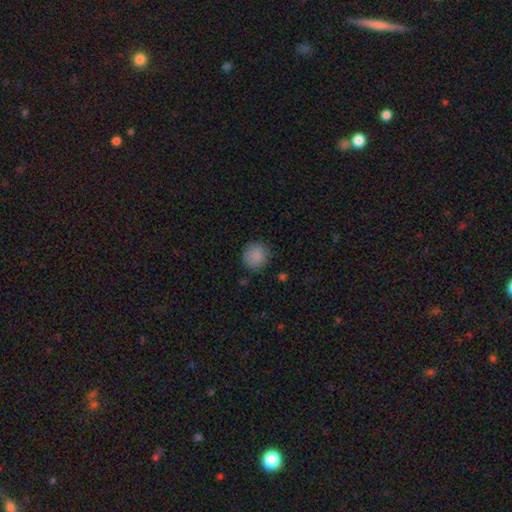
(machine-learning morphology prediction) This is clearly a smooth galaxy (87%). How rounded: clearly round (91%). Merging: clearly none (85%).